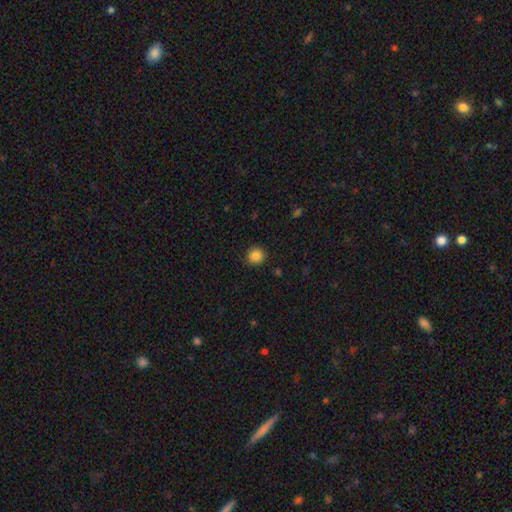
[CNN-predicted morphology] Smooth or featured? Predicted: smooth (p=0.85). How rounded? Predicted: round (p=0.92). Merging? Predicted: none (p=0.89).